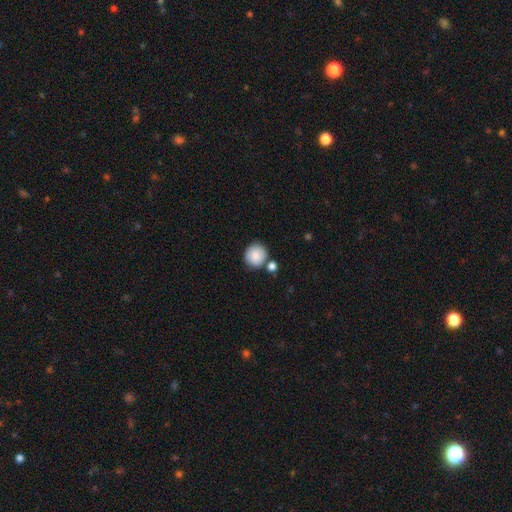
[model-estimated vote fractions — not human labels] smooth_or_featured: smooth (p=0.87) [alt: star or artifact p=0.07]
how_rounded: round (p=0.90) [alt: in between p=0.09]
merging: none (p=0.73) [alt: merger p=0.14]